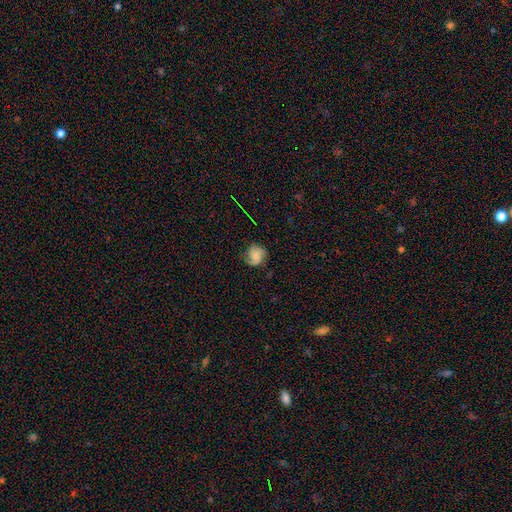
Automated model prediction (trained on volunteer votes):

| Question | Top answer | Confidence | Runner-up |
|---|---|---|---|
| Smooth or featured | featured or disk | 58% | smooth (33%) |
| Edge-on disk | no | 98% | yes (2%) |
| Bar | no | 68% | weak (27%) |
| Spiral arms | yes | 93% | no (7%) |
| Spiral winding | medium | 44% | tight (34%) |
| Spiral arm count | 2 | 73% | can't tell (9%) |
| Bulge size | small | 43% | moderate (35%) |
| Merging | none | 70% | minor disturbance (21%) |